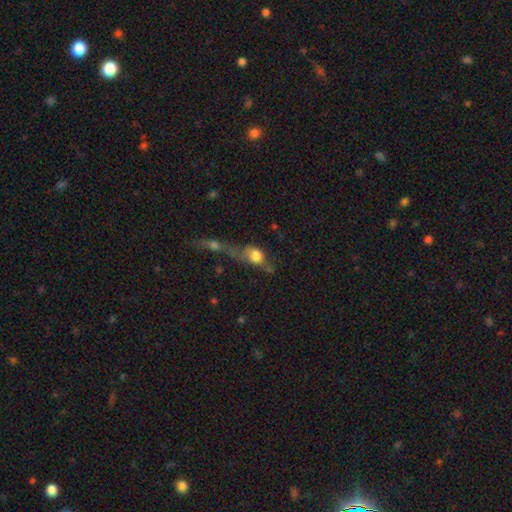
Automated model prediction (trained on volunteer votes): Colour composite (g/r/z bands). It shows a smooth galaxy with no disk features (66%) that is in between round and cigar-shaped (46%). Merging: merger (54%).